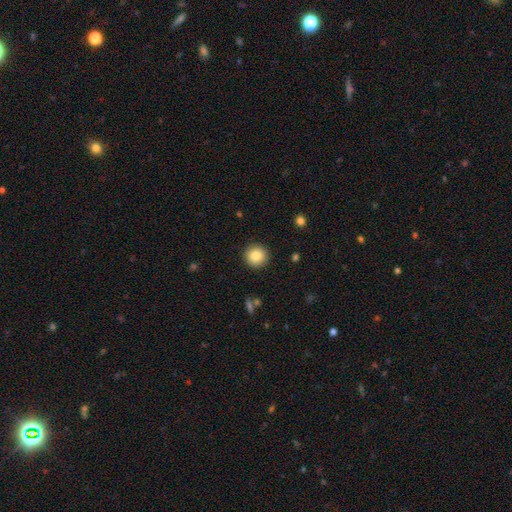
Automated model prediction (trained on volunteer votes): smooth_or_featured: smooth (p=0.85) [alt: star or artifact p=0.09]
how_rounded: round (p=0.94) [alt: in between p=0.05]
merging: none (p=0.91) [alt: minor disturbance p=0.06]